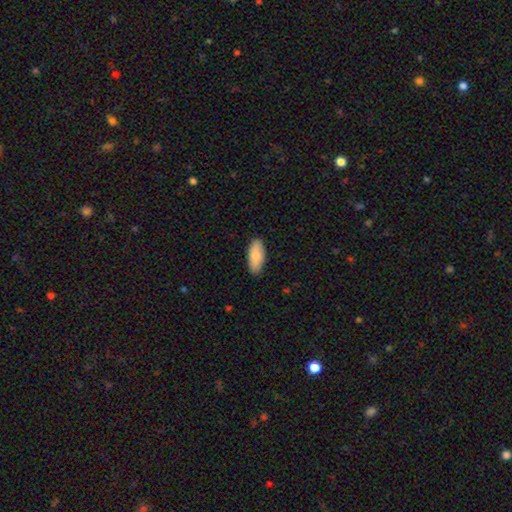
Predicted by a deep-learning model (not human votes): Smooth or featured? smooth (86%)
How rounded? in between (83%)
Merging? none (89%)